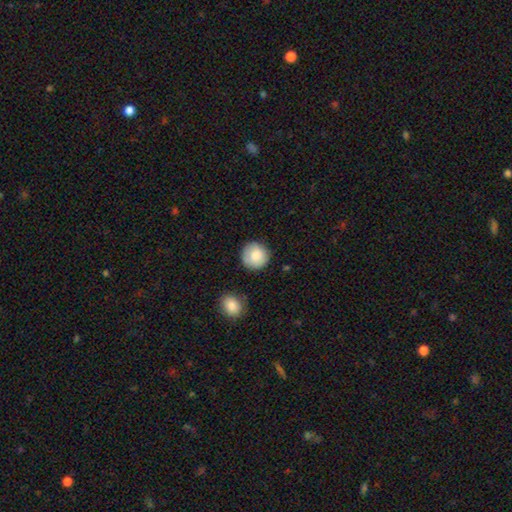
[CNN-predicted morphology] A smooth galaxy with no disk features (84%) that is round (94%). Merging: none (84%).